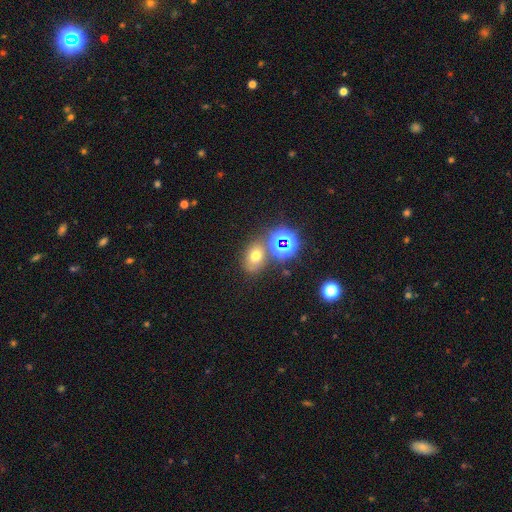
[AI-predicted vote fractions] smooth 54%, star or artifact 30%, featured or disk 16%. Down the decision tree: how rounded — in between (60%); merging — none (64%).